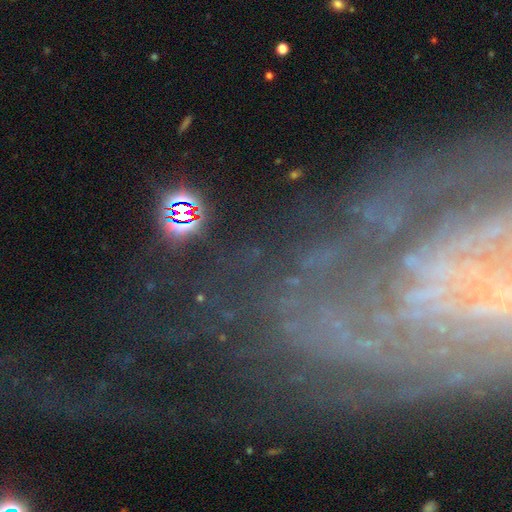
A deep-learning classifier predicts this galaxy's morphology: type=featured or disk (64%); edge-on=no (94%); bar=no (56%); spiral arms=yes (84%); winding=tight (72%); arm count=can't tell (32%); bulge=small (49%); merging=none (71%).